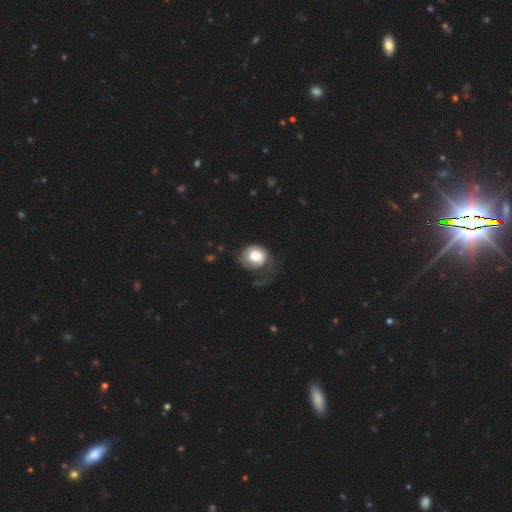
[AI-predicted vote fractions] Smooth or featured? Predicted: smooth (p=0.72). How rounded? Predicted: round (p=0.70). Merging? Predicted: major disturbance (p=0.40).